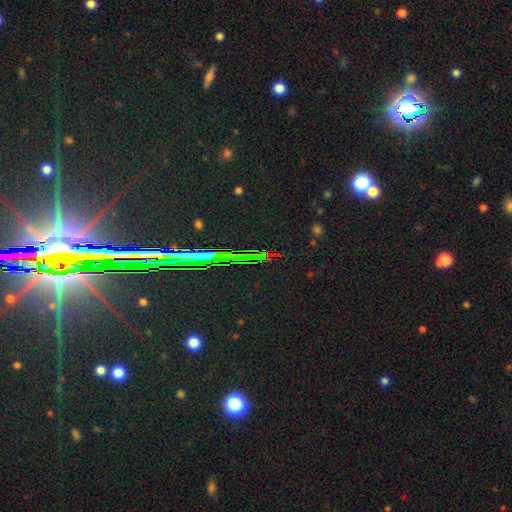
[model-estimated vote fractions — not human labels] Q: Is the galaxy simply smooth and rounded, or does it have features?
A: star or artifact — 80%.